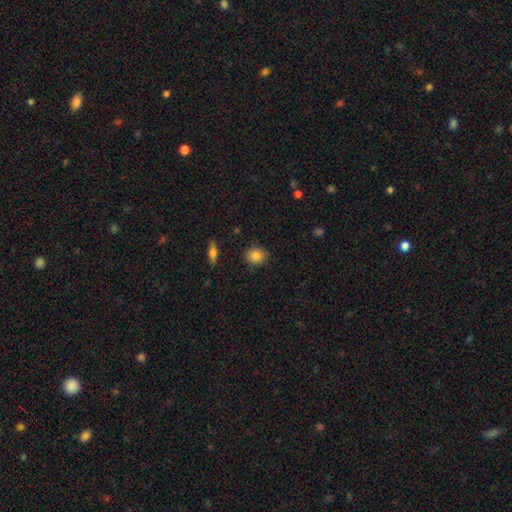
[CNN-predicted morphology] Q: Smooth or featured?
A: smooth (85%); runner-up: star or artifact (9%)
Q: How rounded?
A: round (69%); runner-up: in between (30%)
Q: Merging?
A: none (88%); runner-up: minor disturbance (8%)